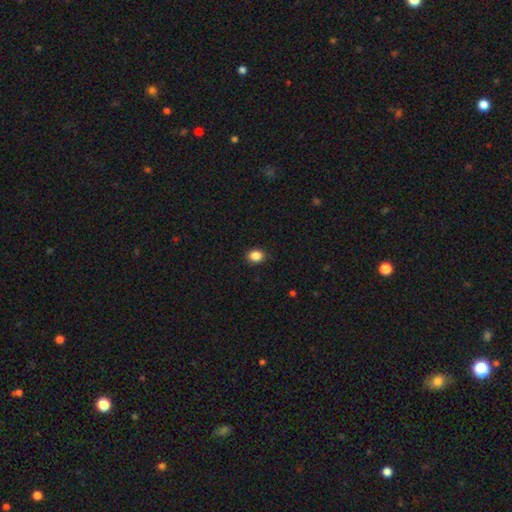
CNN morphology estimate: Overall: smooth (87%). How rounded: in between (51%; round 49%). Merging: none (89%).